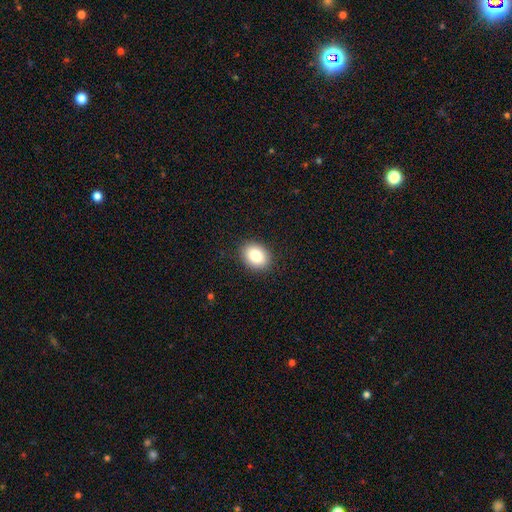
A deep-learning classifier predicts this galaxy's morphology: This is clearly a smooth galaxy (85%). How rounded: likely in between (65%). Merging: clearly none (89%).